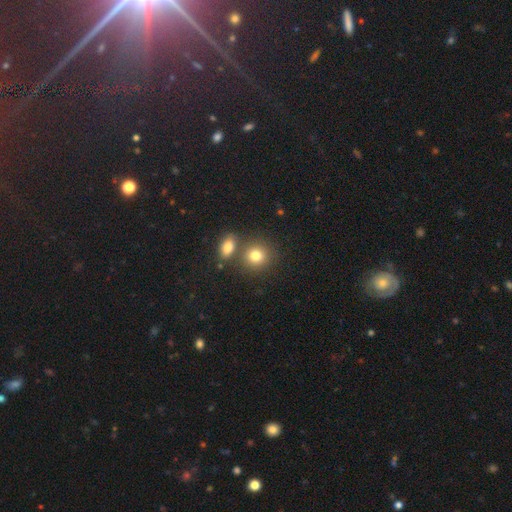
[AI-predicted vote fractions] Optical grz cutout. It shows a smooth galaxy with no disk features (81%) that is round (80%). Merging: none (65%).